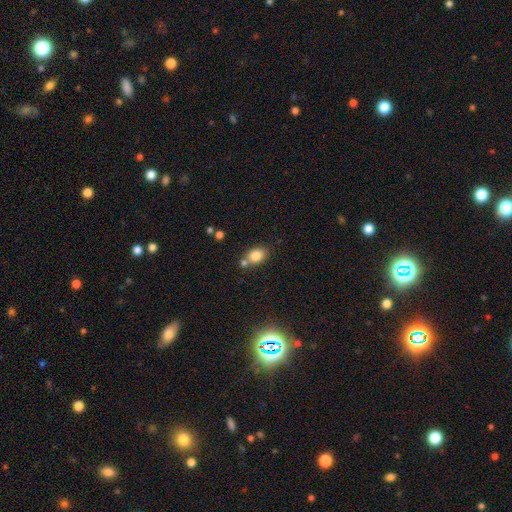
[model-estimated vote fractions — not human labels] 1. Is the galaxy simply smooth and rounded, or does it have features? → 81% smooth, 10% star or artifact, 8% featured or disk.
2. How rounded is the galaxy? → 70% in between, 29% round, 1% cigar-shaped.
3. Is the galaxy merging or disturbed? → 60% none, 22% merger, 14% minor disturbance, 4% major disturbance.